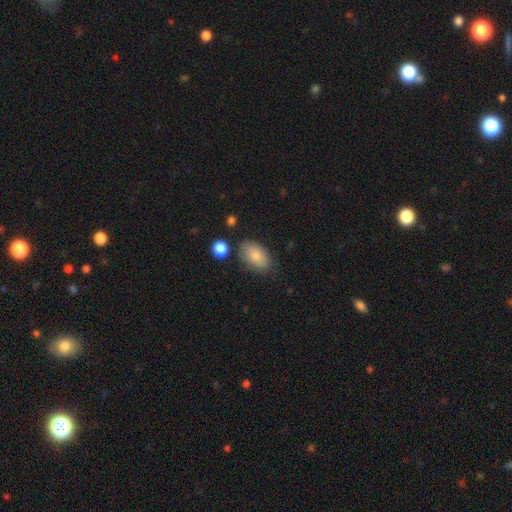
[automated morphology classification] Smooth or featured? smooth (83%)
How rounded? in between (92%)
Merging? none (77%)